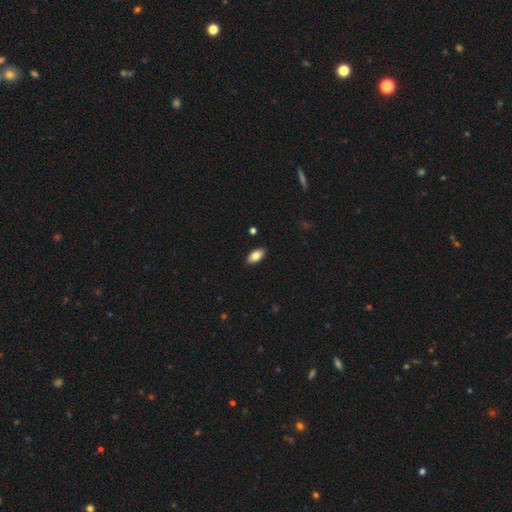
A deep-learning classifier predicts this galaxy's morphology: A smooth galaxy with no disk features (81%) that is in between round and cigar-shaped (92%). Merging: none (89%).